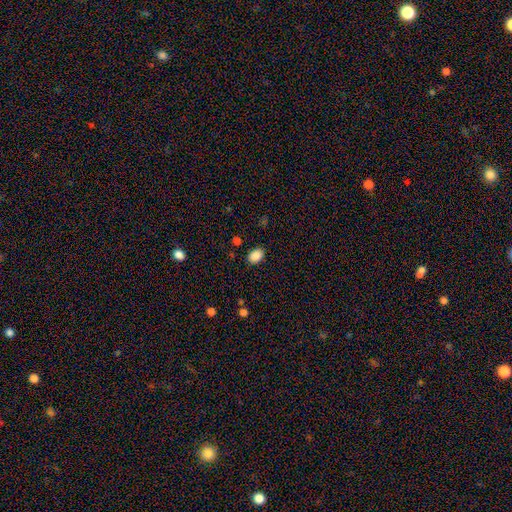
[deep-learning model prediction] smooth_or_featured: smooth (p=0.87) [alt: star or artifact p=0.09]
how_rounded: in between (p=0.74) [alt: round p=0.25]
merging: none (p=0.87) [alt: minor disturbance p=0.09]